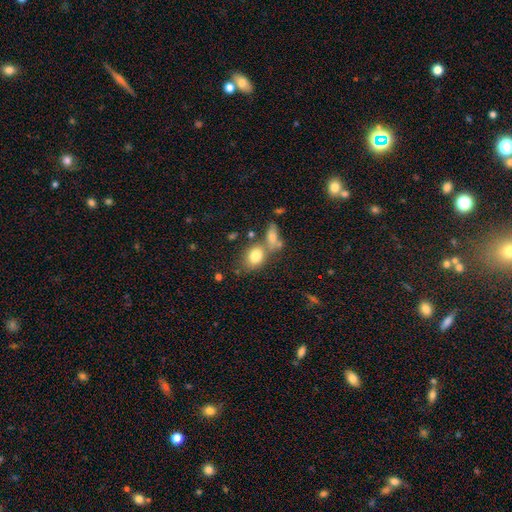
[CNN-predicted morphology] A smooth galaxy with no disk features (79%) that is in between round and cigar-shaped (68%).

Vote fractions:
- Smooth or featured? smooth: 79% / featured or disk: 12% / star or artifact: 9%
- How rounded? in between: 68% / round: 30% / cigar-shaped: 2%
- Merging? none: 48% / merger: 33% / minor disturbance: 13% / major disturbance: 6%